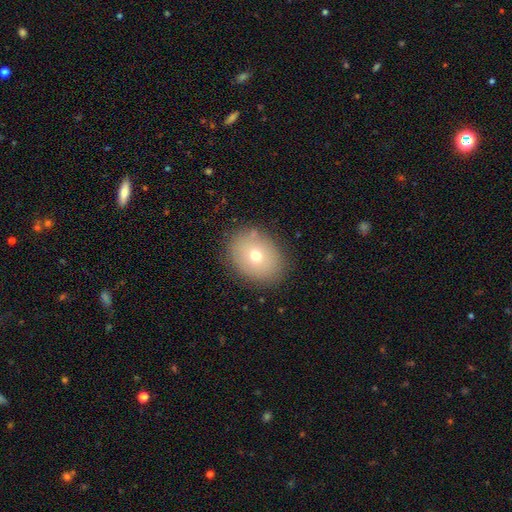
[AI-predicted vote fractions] smooth 68%, featured or disk 20%, star or artifact 12%. Down the decision tree: how rounded — in between (54%); merging — none (84%).